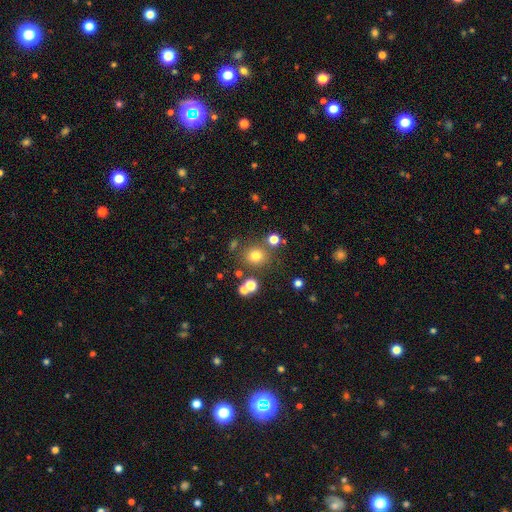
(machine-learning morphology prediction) Smooth or featured?
  - smooth: 74% *
  - star or artifact: 18%
  - featured or disk: 8%
How rounded?
  - round: 86% *
  - in between: 13%
  - cigar-shaped: 1%
Merging?
  - none: 79% *
  - minor disturbance: 9%
  - merger: 8%
  - major disturbance: 4%